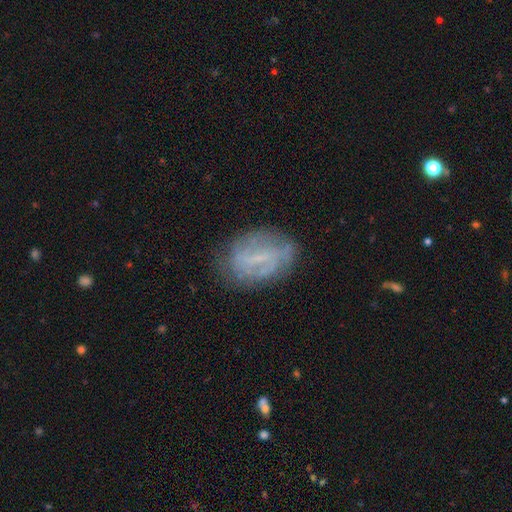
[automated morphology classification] Smooth or featured?
  - featured or disk: 62% *
  - smooth: 28%
  - star or artifact: 11%
Edge-on disk?
  - no: 95% *
  - yes: 5%
Bar?
  - weak: 45% *
  - strong: 36%
  - no: 20%
Spiral arms?
  - yes: 66% *
  - no: 34%
Bulge size?
  - small: 48% *
  - none: 39%
  - moderate: 11%
  - large: 1%
  - dominant: 1%
Merging?
  - none: 73% *
  - minor disturbance: 18%
  - major disturbance: 7%
  - merger: 2%